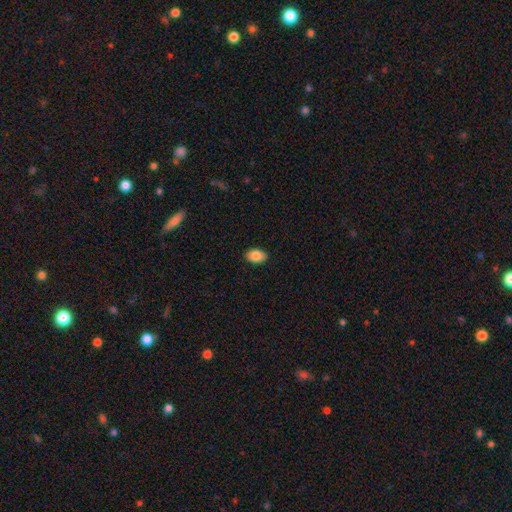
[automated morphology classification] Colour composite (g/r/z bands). It shows a smooth galaxy with no disk features (85%) that is in between round and cigar-shaped (89%). Merging: none (89%).